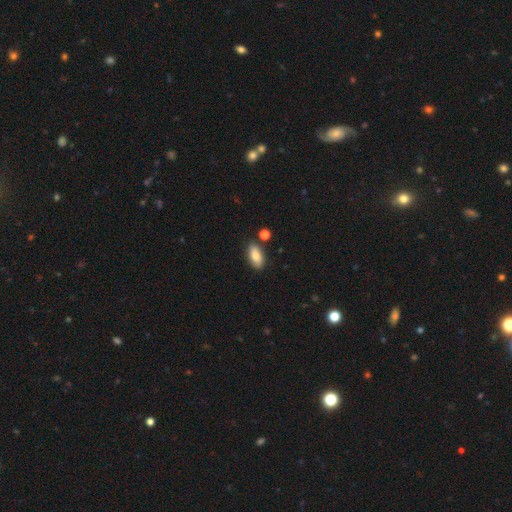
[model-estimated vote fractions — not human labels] smooth_or_featured: smooth (p=0.82) [alt: featured or disk p=0.10]
how_rounded: in between (p=0.90) [alt: cigar-shaped p=0.07]
merging: none (p=0.81) [alt: minor disturbance p=0.12]